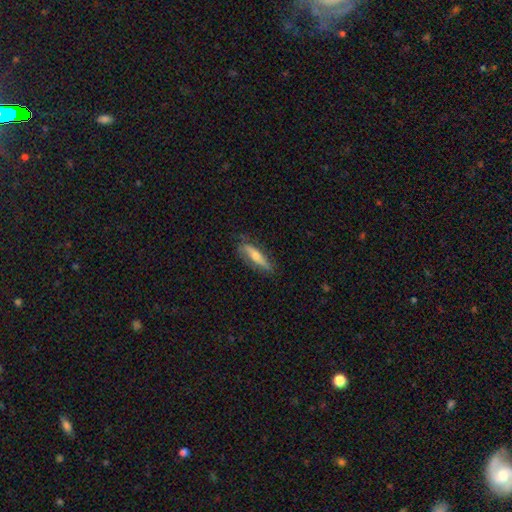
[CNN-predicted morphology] Smooth or featured? featured or disk (48%)
Merging? none (74%)